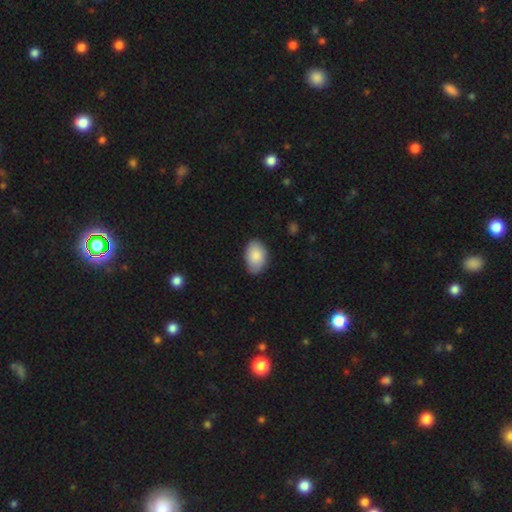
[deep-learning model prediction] Smooth or featured?
  - smooth: 86% *
  - featured or disk: 8%
  - star or artifact: 6%
How rounded?
  - in between: 88% *
  - round: 11%
  - cigar-shaped: 1%
Merging?
  - none: 74% *
  - minor disturbance: 21%
  - major disturbance: 3%
  - merger: 1%